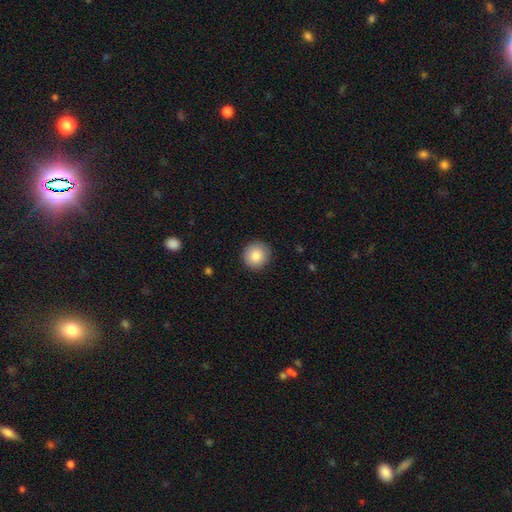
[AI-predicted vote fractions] smooth_or_featured: smooth (p=0.86) [alt: star or artifact p=0.08]
how_rounded: round (p=0.93) [alt: in between p=0.06]
merging: none (p=0.90) [alt: minor disturbance p=0.07]